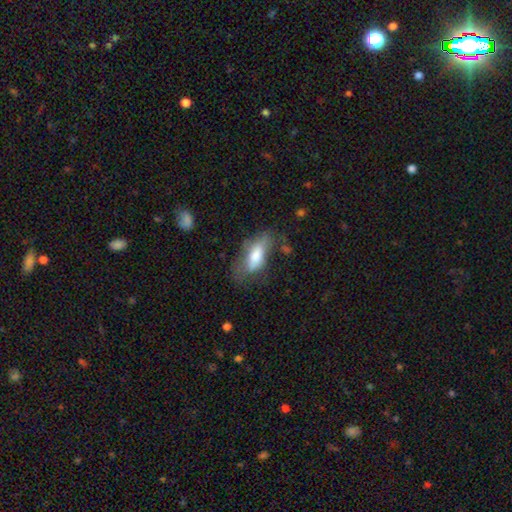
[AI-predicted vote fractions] Overall: smooth (68%). How rounded: in between (76%). Merging: none (43%; minor disturbance 29%).